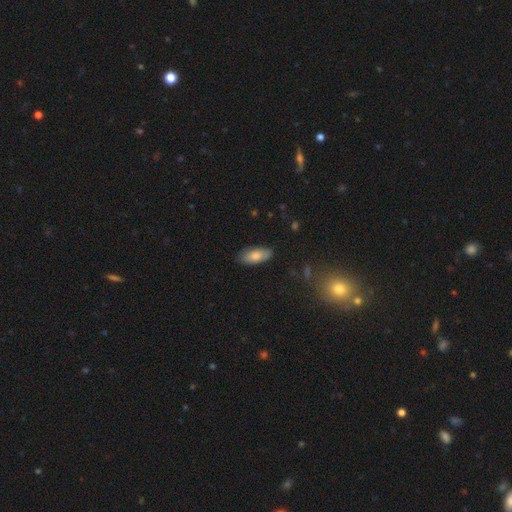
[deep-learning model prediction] A smooth galaxy with no disk features (79%) that is in between round and cigar-shaped (85%). Merging: none (83%).